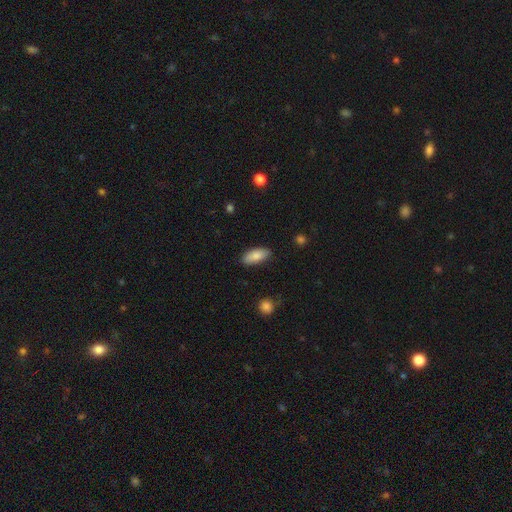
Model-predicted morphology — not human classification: smooth_or_featured: smooth (p=0.85) [alt: featured or disk p=0.08]
how_rounded: in between (p=0.85) [alt: cigar-shaped p=0.13]
merging: none (p=0.85) [alt: minor disturbance p=0.11]